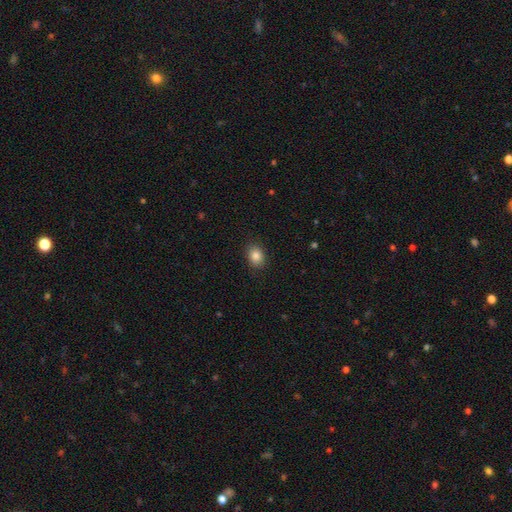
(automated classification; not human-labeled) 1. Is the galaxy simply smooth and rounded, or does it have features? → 85% smooth, 9% star or artifact, 5% featured or disk.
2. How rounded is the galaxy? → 56% in between, 43% round, 1% cigar-shaped.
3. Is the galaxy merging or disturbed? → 88% none, 9% minor disturbance, 2% major disturbance, 1% merger.